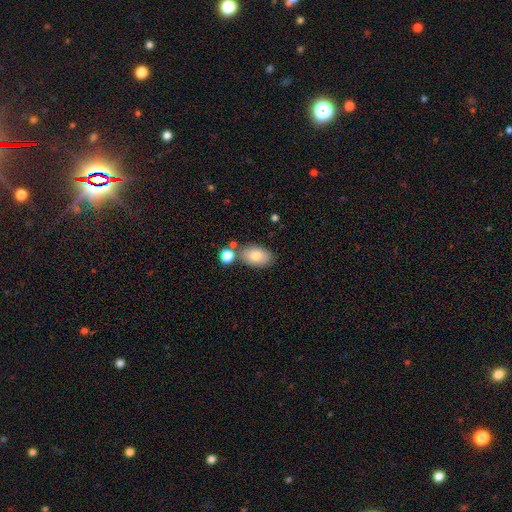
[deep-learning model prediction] smooth 81%, featured or disk 12%, star or artifact 7%. Down the decision tree: how rounded — in between (91%); merging — none (70%).